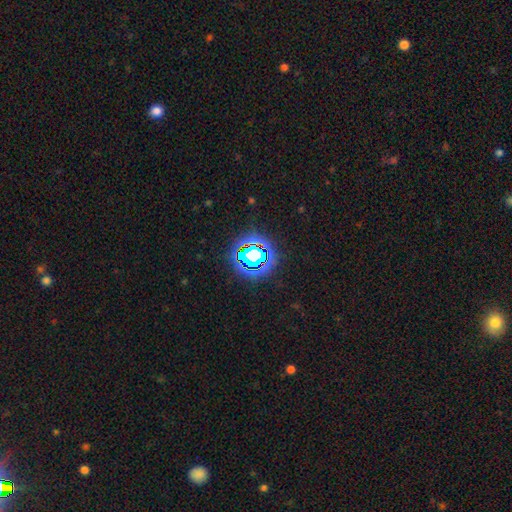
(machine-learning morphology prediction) The model was most divided on "smooth or featured": star or artifact: 80%, smooth: 14%, featured or disk: 7%.